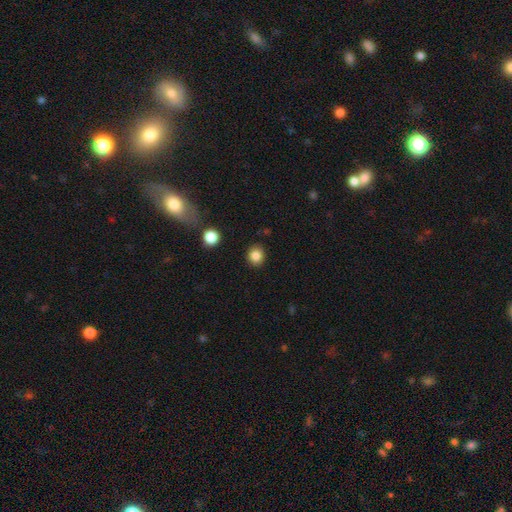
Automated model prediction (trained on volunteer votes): Q: Smooth or featured?
A: smooth (85%); runner-up: star or artifact (10%)
Q: How rounded?
A: round (84%); runner-up: in between (16%)
Q: Merging?
A: none (89%); runner-up: minor disturbance (7%)